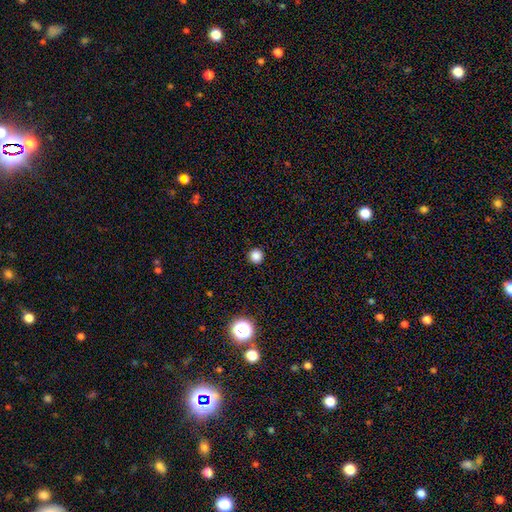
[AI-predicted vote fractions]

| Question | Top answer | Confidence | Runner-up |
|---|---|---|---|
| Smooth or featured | smooth | 84% | star or artifact (12%) |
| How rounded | round | 96% | in between (3%) |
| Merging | none | 93% | minor disturbance (4%) |